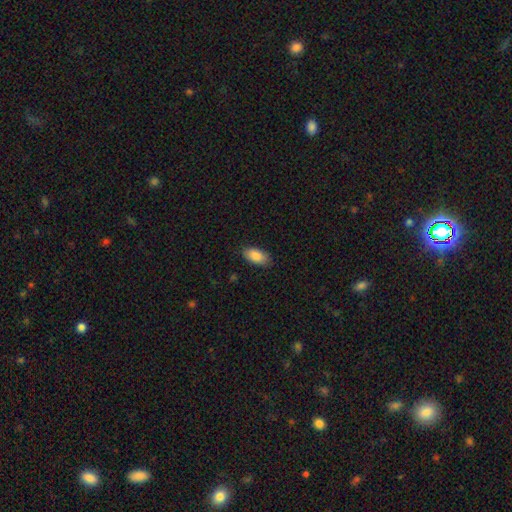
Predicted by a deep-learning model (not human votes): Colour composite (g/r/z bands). It shows a smooth galaxy with no disk features (87%) that is in between round and cigar-shaped (92%). Merging: none (86%).